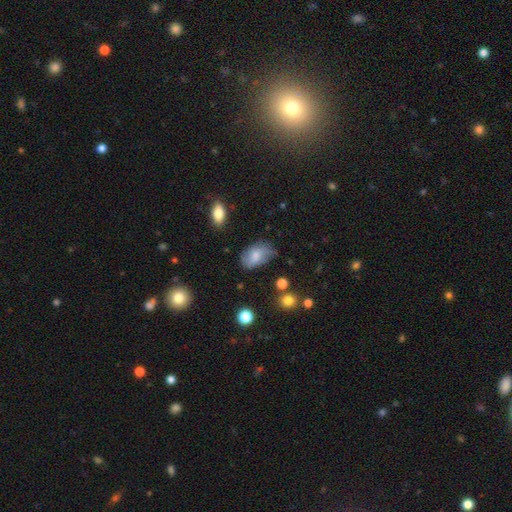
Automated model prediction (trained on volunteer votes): Overall: smooth (66%). How rounded: in between (90%). Merging: none (57%; minor disturbance 30%).